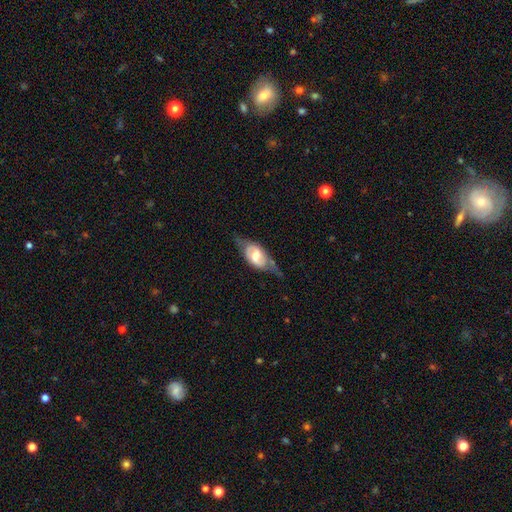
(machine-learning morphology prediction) Overall: featured or disk (66%; smooth 28%). Edge-on disk: no (73%). Merging: none (51%; minor disturbance 29%).